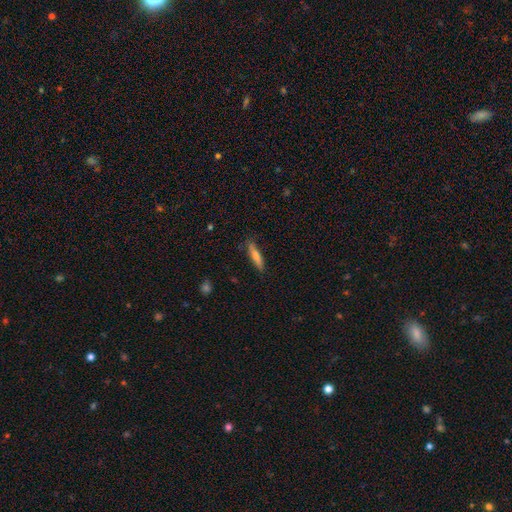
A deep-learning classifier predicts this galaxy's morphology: Smooth or featured? Predicted: smooth (p=0.70). How rounded? Predicted: cigar-shaped (p=0.83). Merging? Predicted: none (p=0.82).